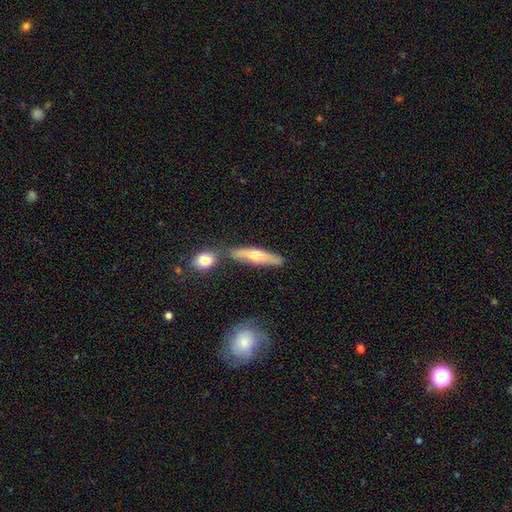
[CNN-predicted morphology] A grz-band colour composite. It shows a smooth galaxy with no disk features (53%) that is cigar-shaped (74%). Merging: none (69%).